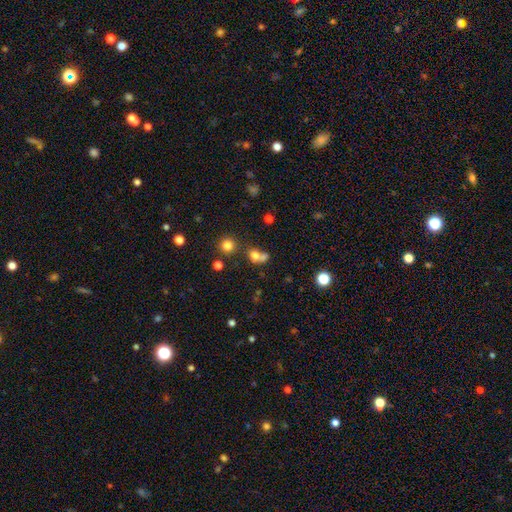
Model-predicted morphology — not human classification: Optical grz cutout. It shows a smooth galaxy with no disk features (72%) that is round (68%). Merging: merger (46%).